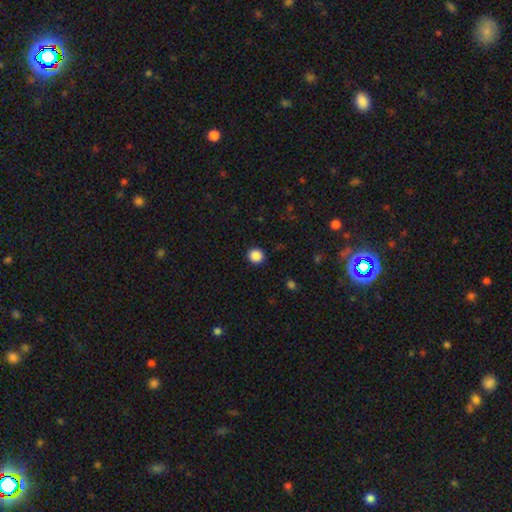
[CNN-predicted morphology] smooth_or_featured: smooth (p=0.87) [alt: star or artifact p=0.10]
how_rounded: round (p=0.92) [alt: in between p=0.07]
merging: none (p=0.91) [alt: minor disturbance p=0.06]